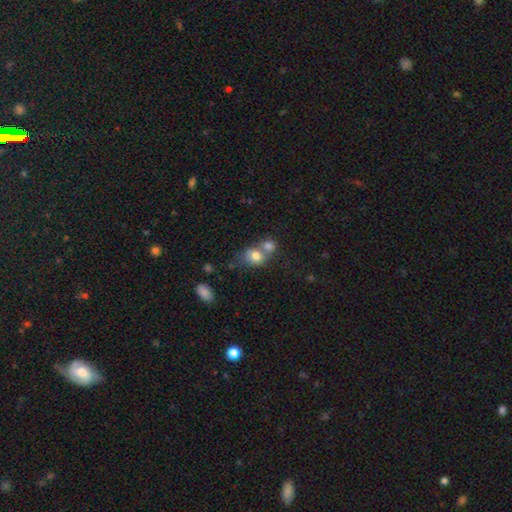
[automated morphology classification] Smooth or featured?
  - smooth: 76% *
  - featured or disk: 14%
  - star or artifact: 10%
How rounded?
  - round: 63% *
  - in between: 36%
  - cigar-shaped: 1%
Merging?
  - merger: 57% *
  - none: 31%
  - minor disturbance: 9%
  - major disturbance: 4%